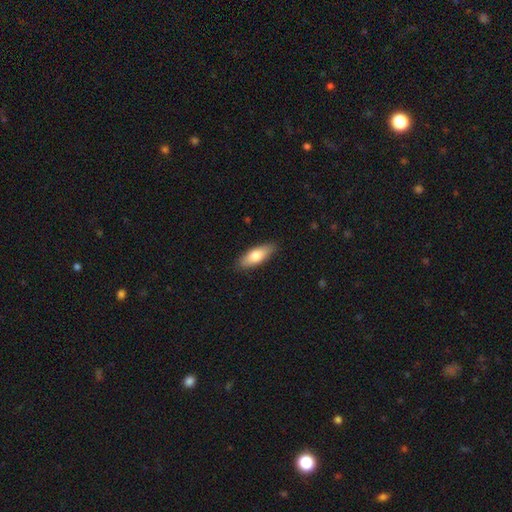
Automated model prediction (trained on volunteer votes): smooth 74%, featured or disk 20%, star or artifact 6%. Down the decision tree: how rounded — in between (68%); merging — none (87%).